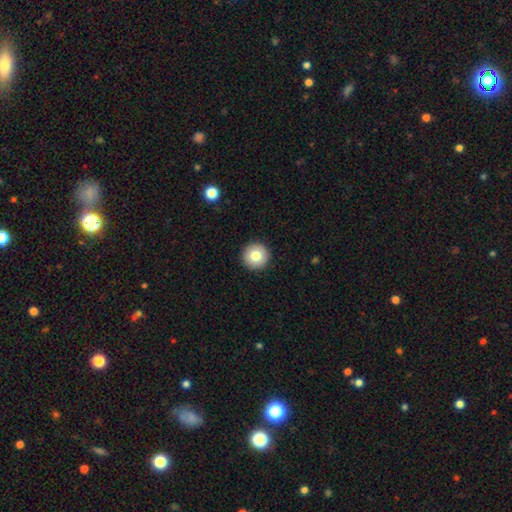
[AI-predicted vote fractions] Smooth or featured?
  - smooth: 79% *
  - featured or disk: 12%
  - star or artifact: 9%
How rounded?
  - round: 96% *
  - in between: 3%
  - cigar-shaped: 1%
Merging?
  - none: 93% *
  - minor disturbance: 4%
  - major disturbance: 1%
  - merger: 1%